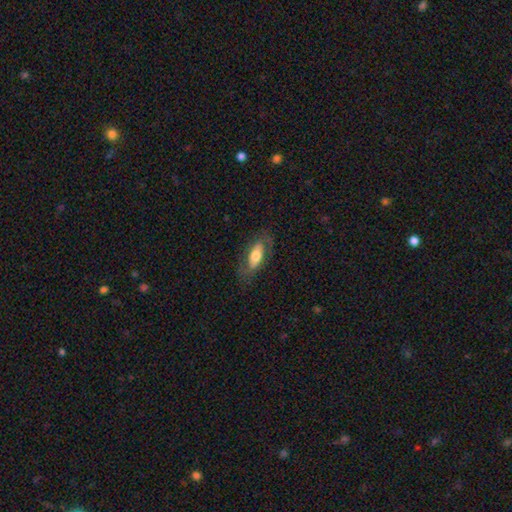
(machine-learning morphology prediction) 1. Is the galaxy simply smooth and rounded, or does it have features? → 58% smooth, 36% featured or disk, 6% star or artifact.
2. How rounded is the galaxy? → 77% in between, 20% cigar-shaped, 3% round.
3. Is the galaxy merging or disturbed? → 73% none, 17% minor disturbance, 9% major disturbance, 1% merger.